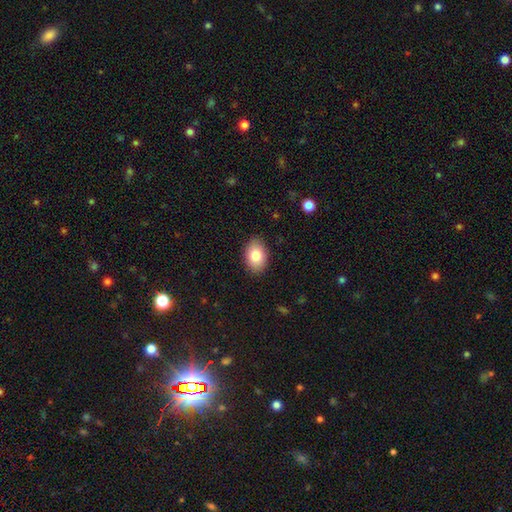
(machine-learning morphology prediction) The model was most divided on "smooth or featured": smooth: 83%, featured or disk: 10%, star or artifact: 7%. More confident: merging — none (87%); how rounded — in between (87%).